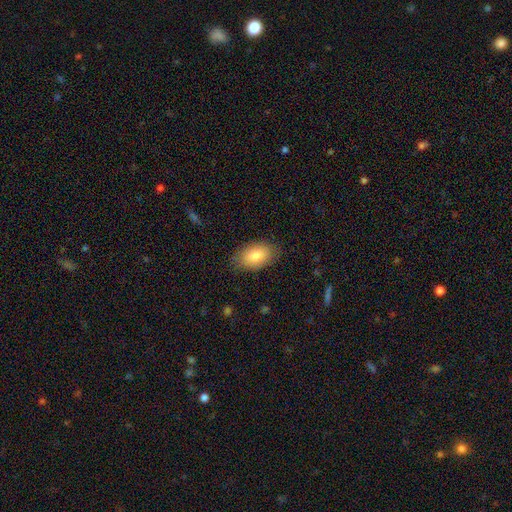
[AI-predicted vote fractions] smooth 81%, featured or disk 12%, star or artifact 7%. Down the decision tree: how rounded — in between (92%); merging — none (83%).